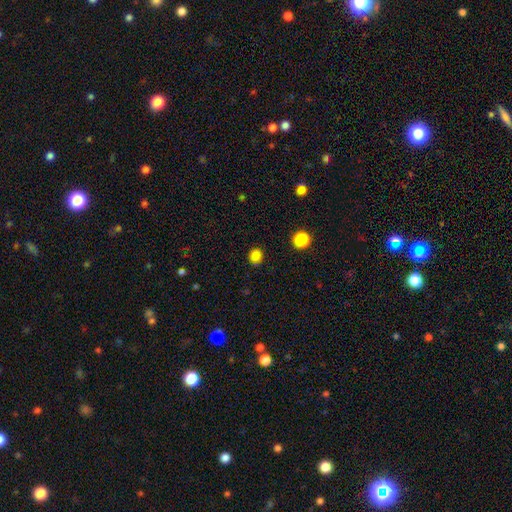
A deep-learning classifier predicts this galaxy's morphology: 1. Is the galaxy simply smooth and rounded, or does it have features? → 84% smooth, 13% star or artifact, 3% featured or disk.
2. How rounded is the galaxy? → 73% round, 26% in between, 1% cigar-shaped.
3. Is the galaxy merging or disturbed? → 85% none, 10% minor disturbance, 3% major disturbance, 1% merger.